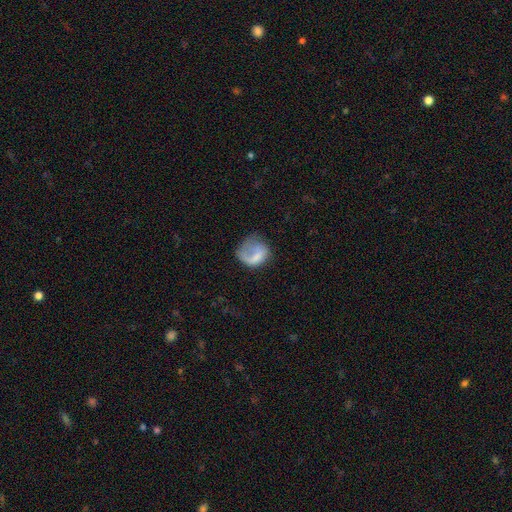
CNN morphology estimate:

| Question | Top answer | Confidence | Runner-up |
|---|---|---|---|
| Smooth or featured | smooth | 56% | featured or disk (36%) |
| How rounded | round | 60% | in between (38%) |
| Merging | major disturbance | 45% | none (30%) |